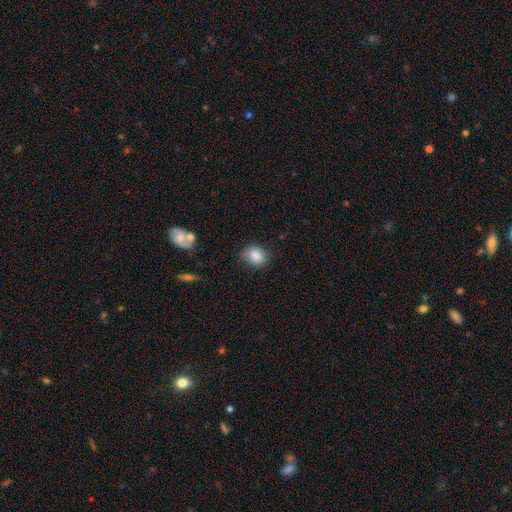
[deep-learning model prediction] smooth 85%, star or artifact 9%, featured or disk 6%. Down the decision tree: how rounded — round (54%); merging — none (69%).